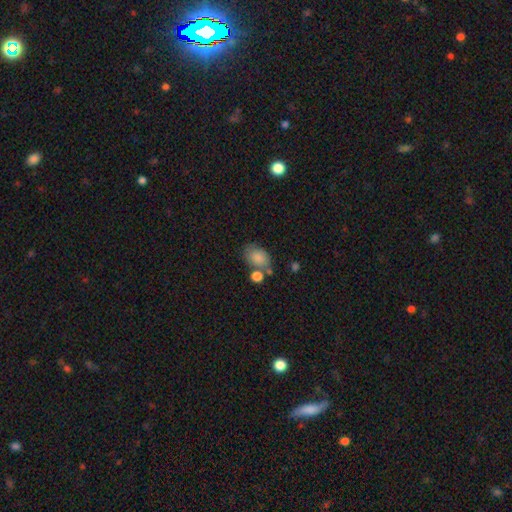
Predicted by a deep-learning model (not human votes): smooth 78%, star or artifact 13%, featured or disk 9%. Down the decision tree: how rounded — in between (74%); merging — none (61%).